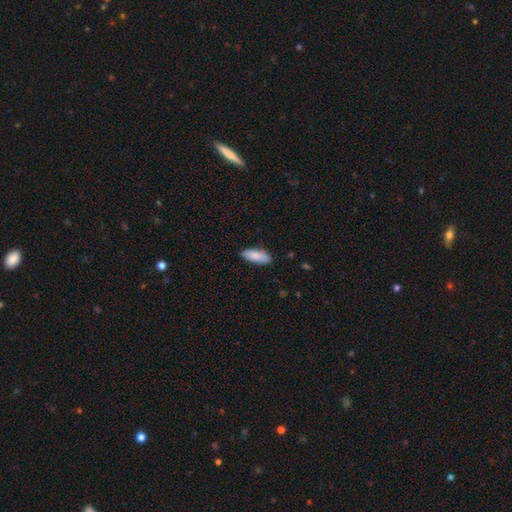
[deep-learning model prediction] Smooth or featured? Predicted: smooth (p=0.86). How rounded? Predicted: in between (p=0.76). Merging? Predicted: none (p=0.84).